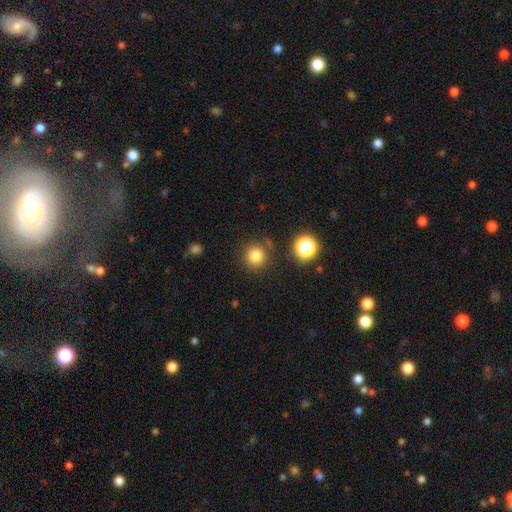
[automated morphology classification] This appears to be a smooth galaxy with no disk features (81%) that is round (94%). Merging: none (84%).